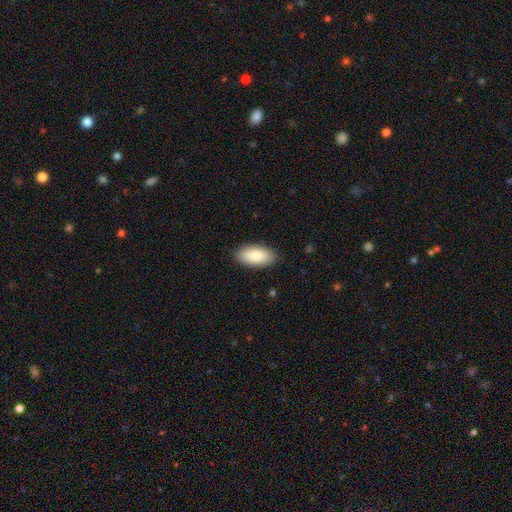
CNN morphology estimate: Overall: smooth (84%). How rounded: in between (93%). Merging: none (88%).